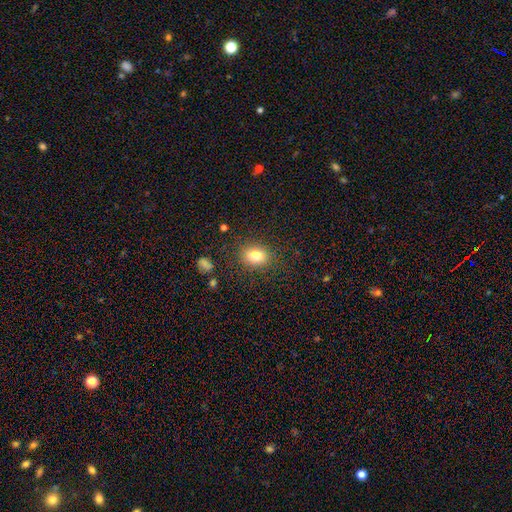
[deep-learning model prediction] Overall: smooth (82%). How rounded: in between (63%; round 36%). Merging: none (84%).